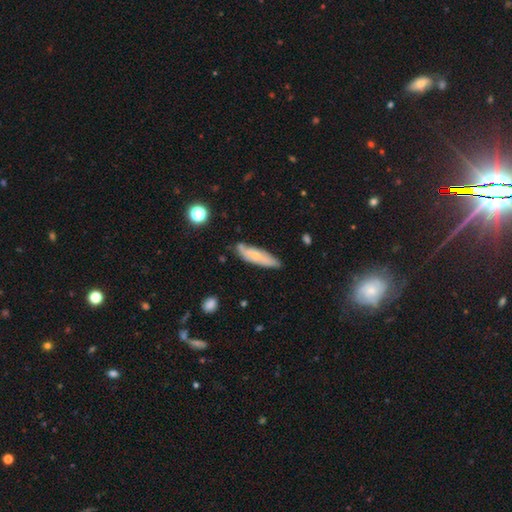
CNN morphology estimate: Smooth or featured?
  - smooth: 52% *
  - featured or disk: 42%
  - star or artifact: 7%
How rounded?
  - cigar-shaped: 61% *
  - in between: 37%
  - round: 2%
Merging?
  - none: 70% *
  - minor disturbance: 23%
  - major disturbance: 4%
  - merger: 3%